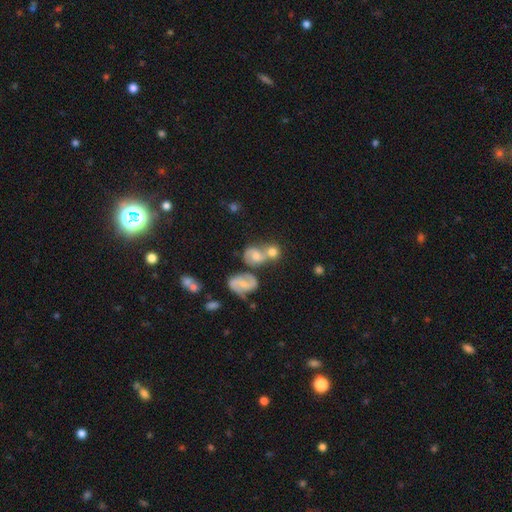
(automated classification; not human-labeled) Q: Smooth or featured?
A: smooth (54%); runner-up: featured or disk (34%)
Q: How rounded?
A: round (59%); runner-up: in between (39%)
Q: Merging?
A: merger (52%); runner-up: none (29%)